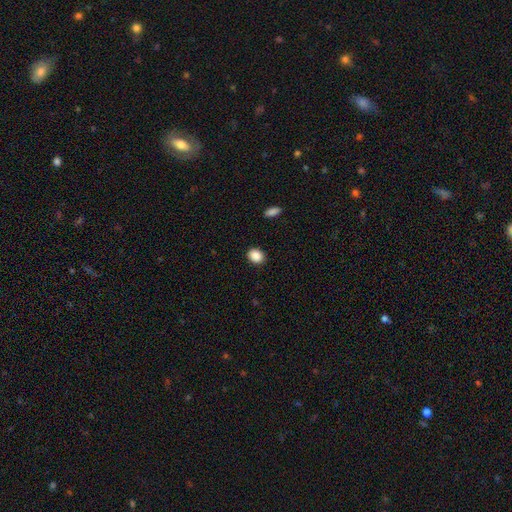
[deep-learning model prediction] Smooth or featured: smooth — 89% (star or artifact — 9%)
How rounded: round — 52% (in between — 47%)
Merging: none — 90% (minor disturbance — 7%)